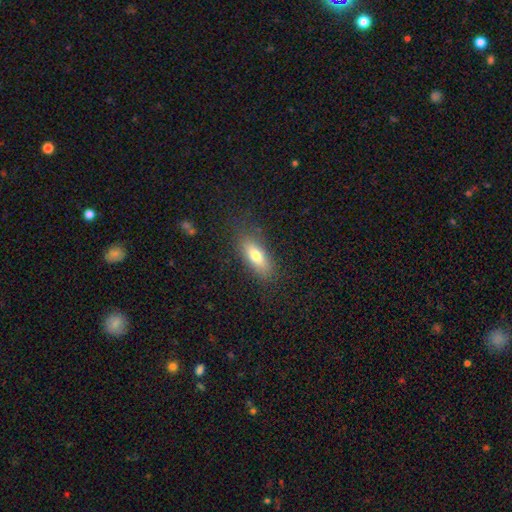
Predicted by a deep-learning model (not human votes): This appears to be a smooth galaxy with no disk features (75%) that is in between round and cigar-shaped (72%). Merging: none (80%).